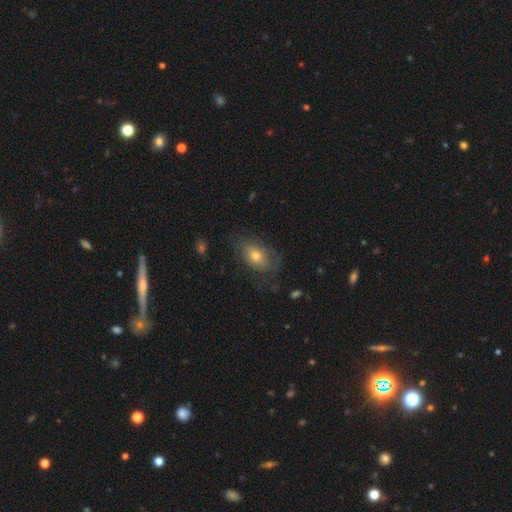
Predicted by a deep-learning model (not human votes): smooth 59%, featured or disk 31%, star or artifact 10%. Down the decision tree: how rounded — in between (84%); merging — none (63%).